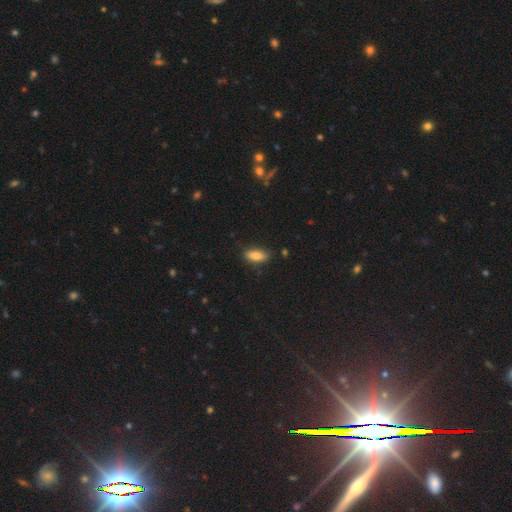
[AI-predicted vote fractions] Morphology: type=smooth (82%); roundness=in between (81%); merging=none (84%).